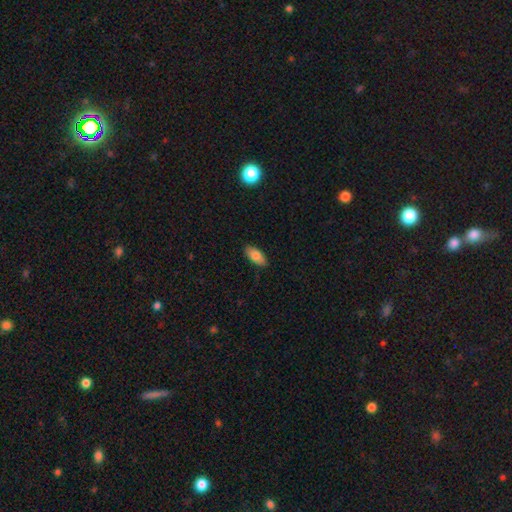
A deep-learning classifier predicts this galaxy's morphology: Smooth or featured? Predicted: smooth (p=0.82). How rounded? Predicted: in between (p=0.88). Merging? Predicted: none (p=0.88).